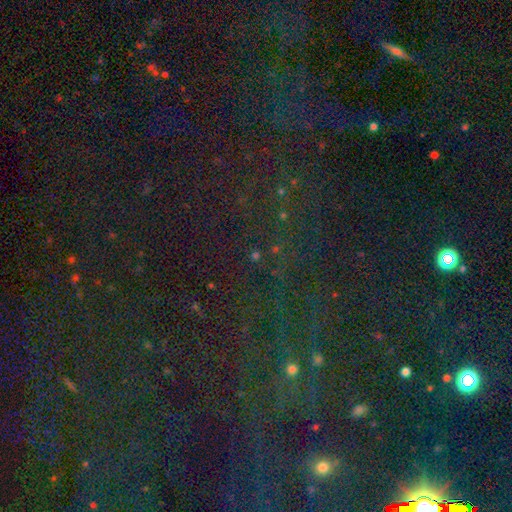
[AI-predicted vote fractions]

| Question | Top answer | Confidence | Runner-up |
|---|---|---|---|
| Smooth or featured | star or artifact | 71% | smooth (21%) |